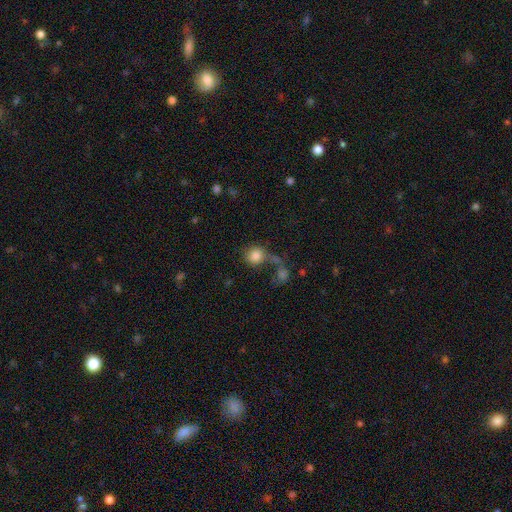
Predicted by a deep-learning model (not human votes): Smooth or featured? Predicted: smooth (p=0.84). How rounded? Predicted: round (p=0.84). Merging? Predicted: none (p=0.48).